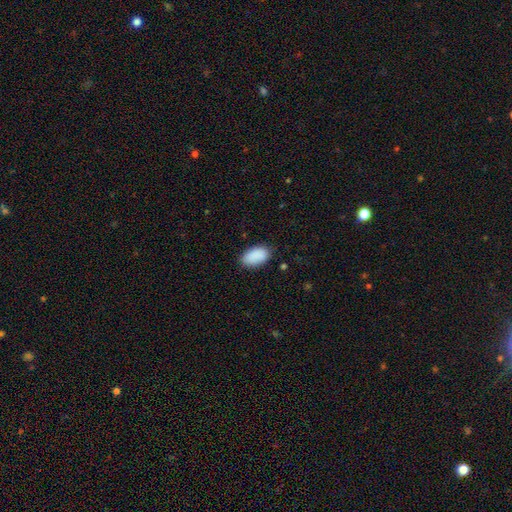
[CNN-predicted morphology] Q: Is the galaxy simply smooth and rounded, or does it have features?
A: smooth — 90%.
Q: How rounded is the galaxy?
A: in between — 95%.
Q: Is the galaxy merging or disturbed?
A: none — 83%.